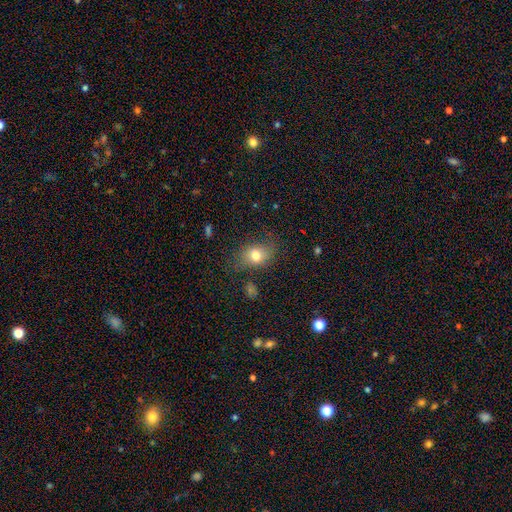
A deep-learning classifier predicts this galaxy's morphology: Smooth or featured?
  - smooth: 74% *
  - featured or disk: 15%
  - star or artifact: 11%
How rounded?
  - in between: 71% *
  - round: 27%
  - cigar-shaped: 2%
Merging?
  - none: 67% *
  - minor disturbance: 22%
  - major disturbance: 9%
  - merger: 2%